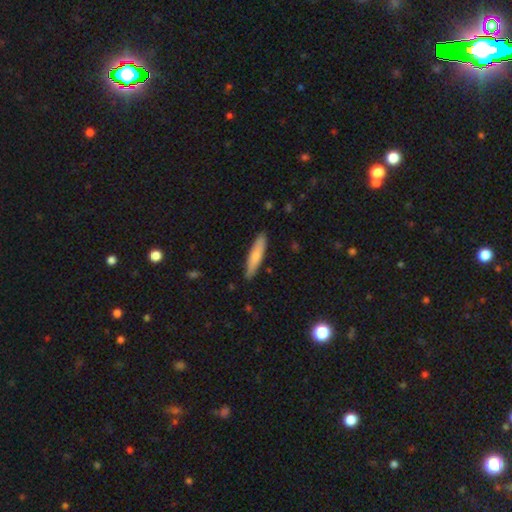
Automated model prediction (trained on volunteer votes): Q: Smooth or featured?
A: smooth (71%); runner-up: featured or disk (23%)
Q: How rounded?
A: cigar-shaped (82%); runner-up: in between (17%)
Q: Merging?
A: none (87%); runner-up: minor disturbance (10%)